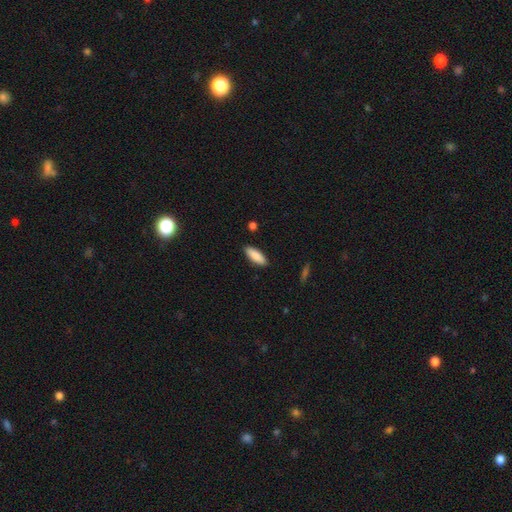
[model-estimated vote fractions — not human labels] smooth-or-featured: smooth: 87% | featured or disk: 7% | star or artifact: 6%
  how-rounded: in between: 65% | cigar-shaped: 33% | round: 2%
  merging: none: 88% | minor disturbance: 9% | major disturbance: 2% | merger: 1%